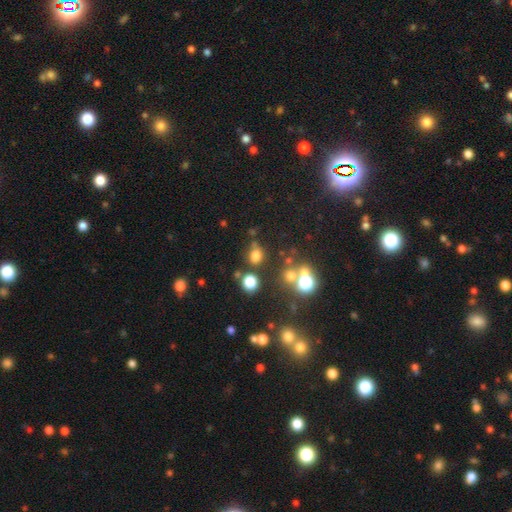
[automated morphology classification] smooth_or_featured: smooth (p=0.70) [alt: star or artifact p=0.21]
how_rounded: round (p=0.62) [alt: in between p=0.36]
merging: none (p=0.64) [alt: minor disturbance p=0.16]